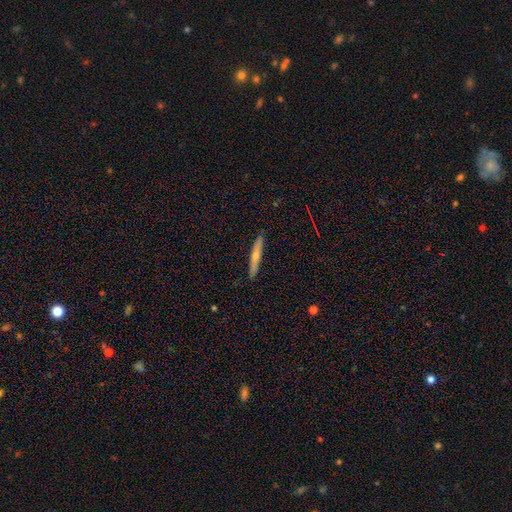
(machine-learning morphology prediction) Smooth or featured? Predicted: smooth (p=0.52). How rounded? Predicted: cigar-shaped (p=0.95). Merging? Predicted: none (p=0.90).